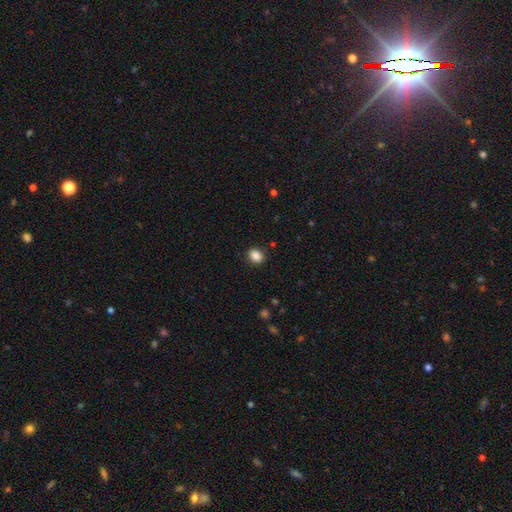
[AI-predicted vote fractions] Smooth or featured: smooth — 86% (star or artifact — 10%)
How rounded: round — 54% (in between — 45%)
Merging: none — 90% (minor disturbance — 7%)